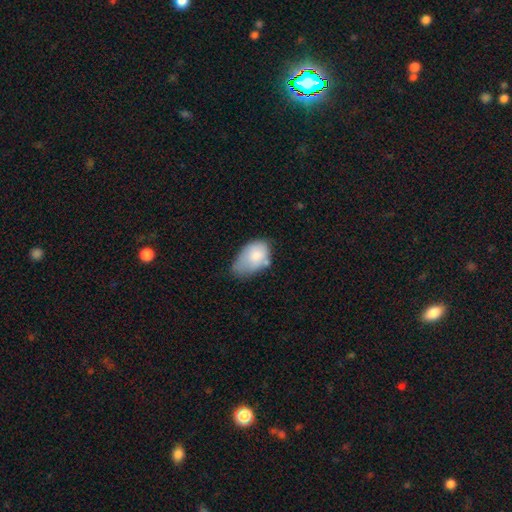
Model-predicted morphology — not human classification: smooth-or-featured: smooth: 77% | featured or disk: 16% | star or artifact: 7%
  how-rounded: in between: 89% | round: 9% | cigar-shaped: 1%
  merging: minor disturbance: 44% | none: 27% | major disturbance: 18% | merger: 10%